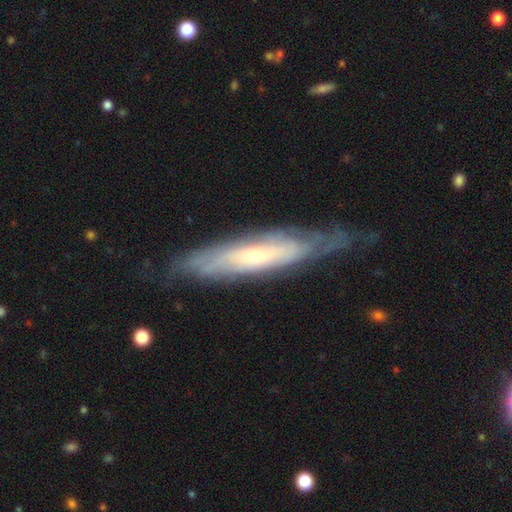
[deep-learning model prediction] Smooth or featured?
  - featured or disk: 72% *
  - smooth: 22%
  - star or artifact: 6%
Edge-on disk?
  - no: 58% *
  - yes: 42%
Merging?
  - none: 68% *
  - minor disturbance: 22%
  - major disturbance: 7%
  - merger: 2%